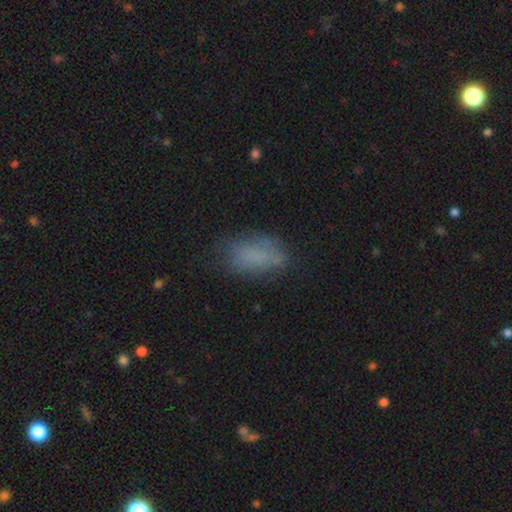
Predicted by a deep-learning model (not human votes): Smooth or featured?
  - smooth: 74% *
  - featured or disk: 15%
  - star or artifact: 11%
How rounded?
  - in between: 88% *
  - cigar-shaped: 8%
  - round: 5%
Merging?
  - none: 63% *
  - minor disturbance: 24%
  - major disturbance: 10%
  - merger: 2%